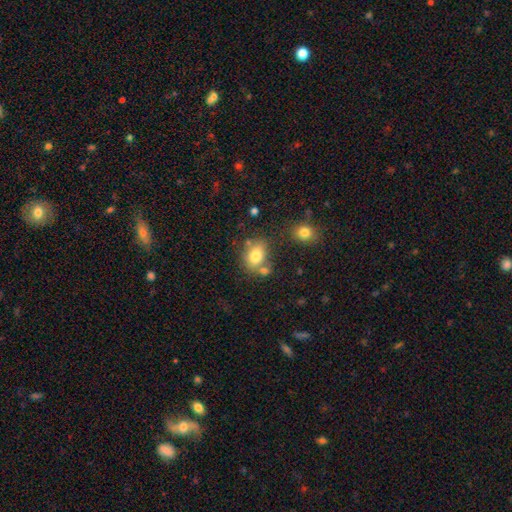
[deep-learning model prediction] Smooth or featured? smooth (78%)
How rounded? in between (69%)
Merging? none (59%)